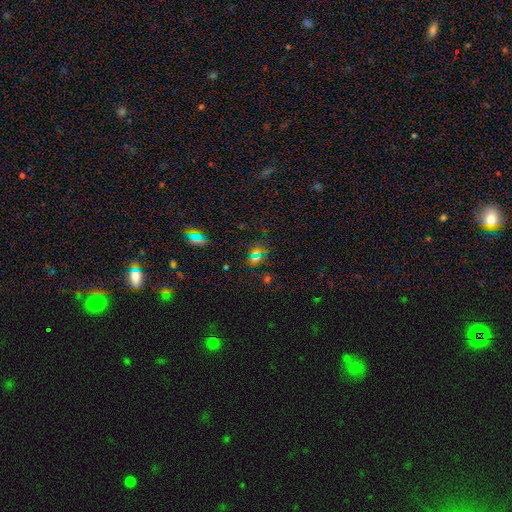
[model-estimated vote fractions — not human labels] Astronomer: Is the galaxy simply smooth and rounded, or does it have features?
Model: star or artifact — 55% (runner-up: smooth, 35%).